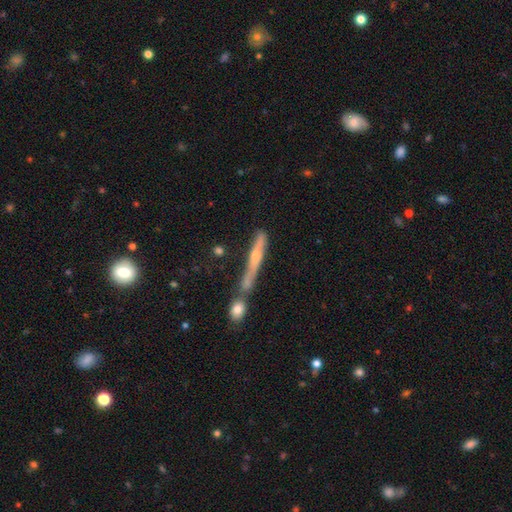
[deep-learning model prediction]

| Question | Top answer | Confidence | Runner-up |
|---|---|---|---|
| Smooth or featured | featured or disk | 50% | smooth (42%) |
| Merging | none | 43% | merger (35%) |